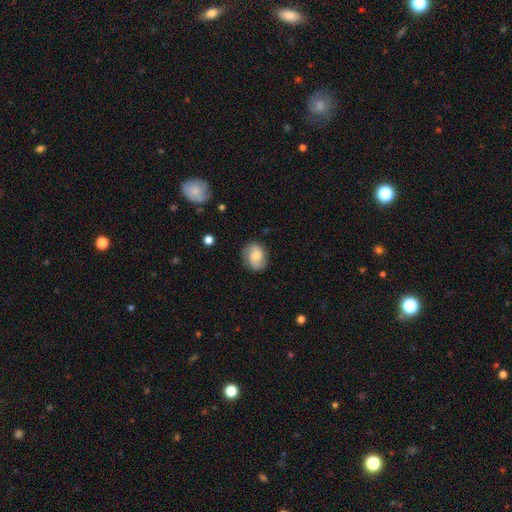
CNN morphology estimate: The model was most divided on "smooth or featured": featured or disk: 48%, smooth: 44%, star or artifact: 8%. More confident: merging — none (79%).